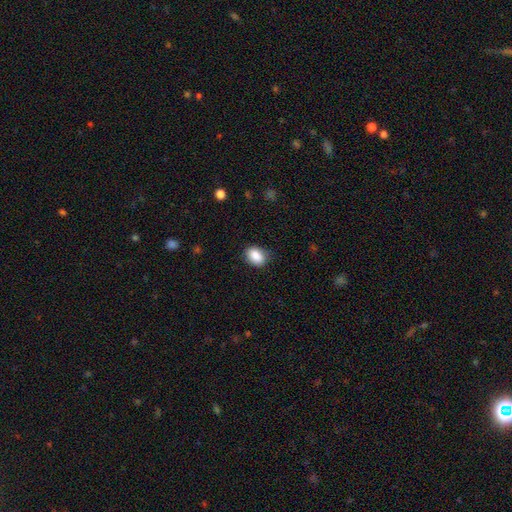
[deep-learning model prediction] The model was most divided on "how rounded": in between: 71%, round: 28%, cigar-shaped: 1%. More confident: smooth or featured — smooth (87%); merging — none (81%).